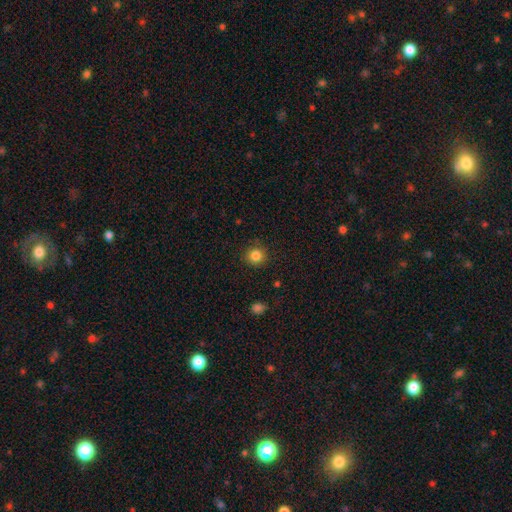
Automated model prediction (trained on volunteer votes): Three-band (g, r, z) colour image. It shows a smooth galaxy with no disk features (84%) that is round (91%). Merging: none (89%).